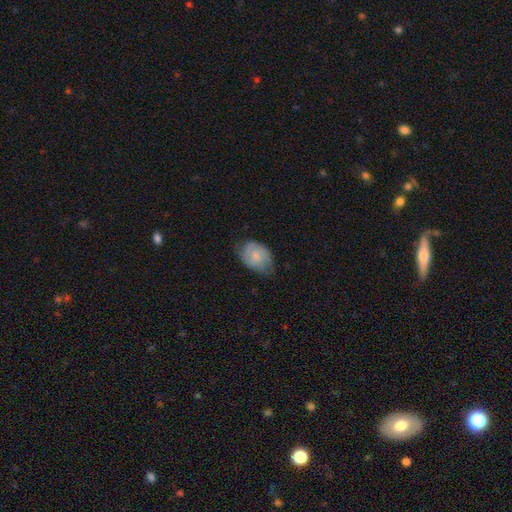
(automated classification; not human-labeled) Morphology: type=smooth (59%); roundness=in between (79%); merging=none (57%).